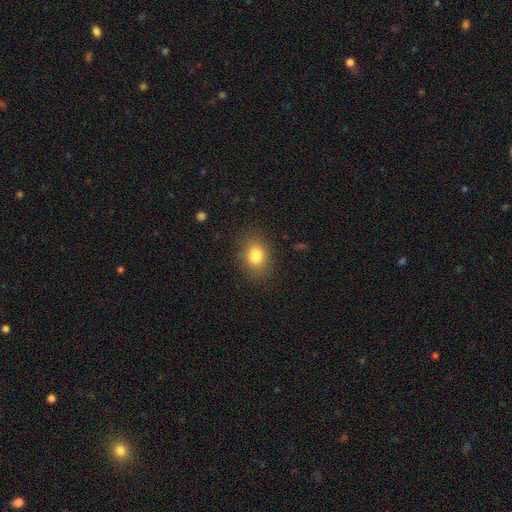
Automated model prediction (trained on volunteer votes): Overall: smooth (82%). How rounded: in between (63%; round 36%). Merging: none (84%).